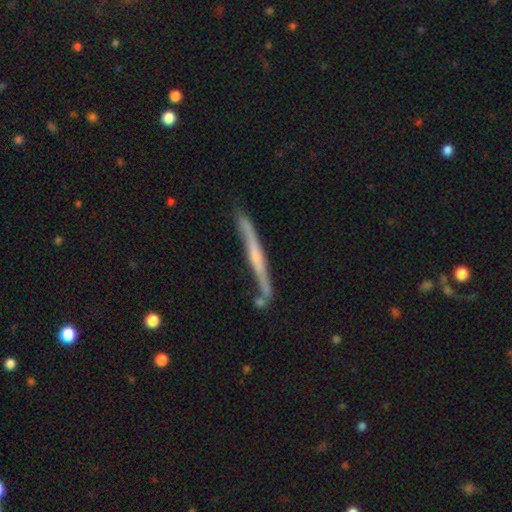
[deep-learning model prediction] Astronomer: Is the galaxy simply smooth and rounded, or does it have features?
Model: featured or disk — 59% (runner-up: smooth, 35%).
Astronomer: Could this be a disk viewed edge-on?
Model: yes — 95%.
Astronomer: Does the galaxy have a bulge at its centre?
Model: none — 58%.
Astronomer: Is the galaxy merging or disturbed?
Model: none — 72%.